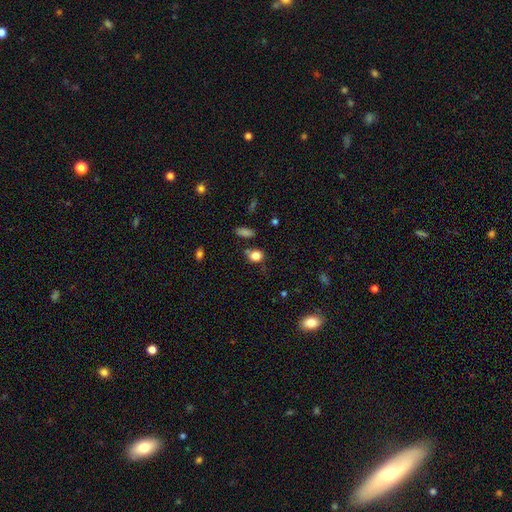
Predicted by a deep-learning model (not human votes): Smooth or featured? Predicted: smooth (p=0.82). How rounded? Predicted: round (p=0.72). Merging? Predicted: none (p=0.64).